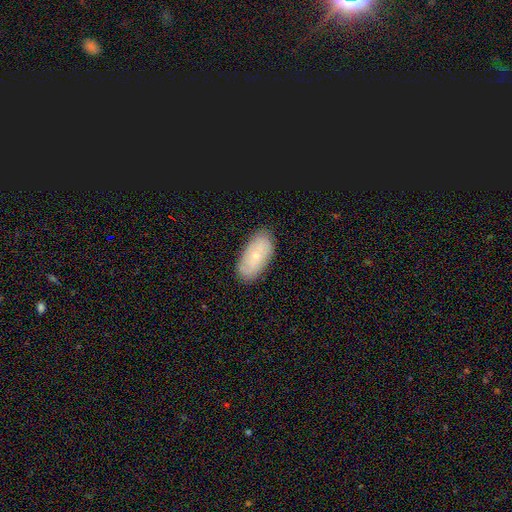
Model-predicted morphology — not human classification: A smooth galaxy with no disk features (51%) that is in between round and cigar-shaped (92%).

Vote fractions:
- Smooth or featured? smooth: 51% / featured or disk: 41% / star or artifact: 8%
- How rounded? in between: 92% / cigar-shaped: 5% / round: 4%
- Merging? none: 83% / minor disturbance: 13% / major disturbance: 3% / merger: 1%